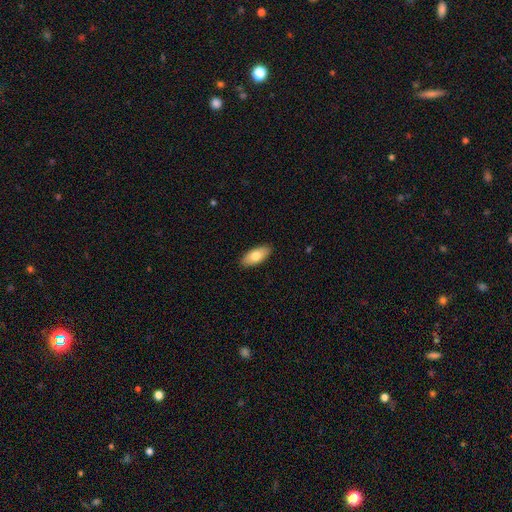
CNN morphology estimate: A smooth galaxy with no disk features (77%) that is in between round and cigar-shaped (88%).

Vote fractions:
- Smooth or featured? smooth: 77% / featured or disk: 17% / star or artifact: 6%
- How rounded? in between: 88% / cigar-shaped: 10% / round: 2%
- Merging? none: 89% / minor disturbance: 8% / major disturbance: 2% / merger: 1%